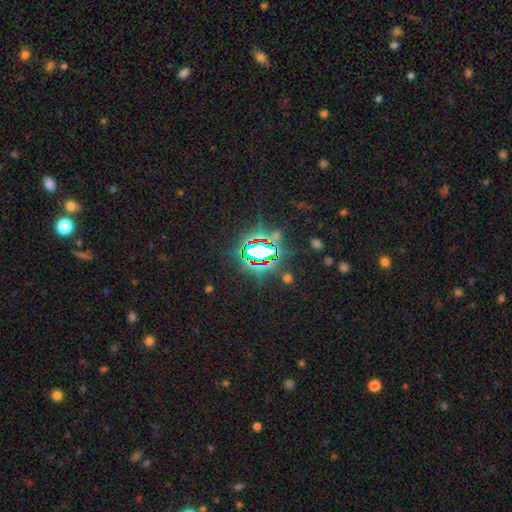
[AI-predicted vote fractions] Smooth or featured: star or artifact — 77% (smooth — 13%)